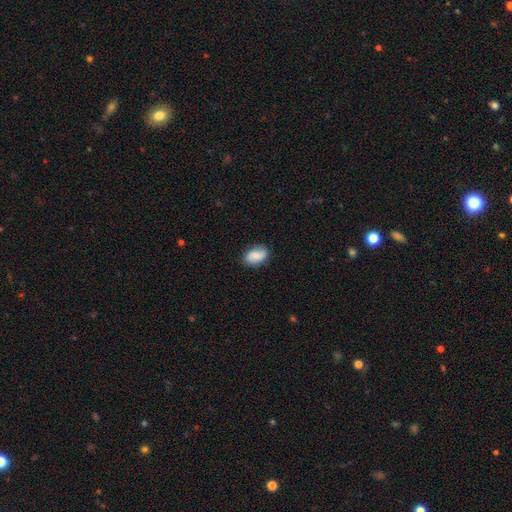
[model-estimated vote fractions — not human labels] Smooth or featured: smooth — 59% (featured or disk — 34%)
How rounded: in between — 87% (round — 11%)
Merging: none — 80% (minor disturbance — 16%)